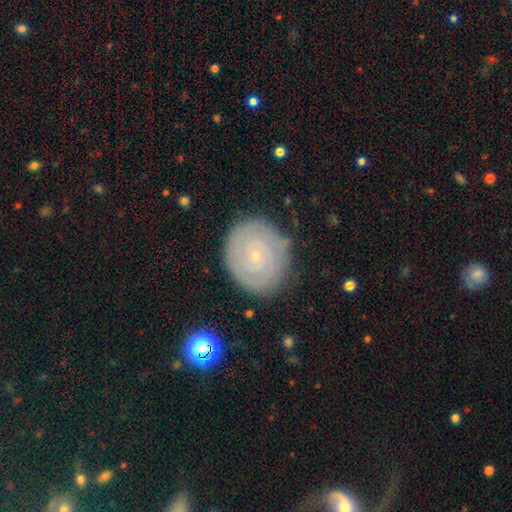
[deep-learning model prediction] This is likely a featured or disk galaxy (70%). It is clearly not viewed edge-on (97%). Bar: clearly no (84%). Spiral arm pattern: clearly yes (81%). Spiral arm count: marginally can't tell (43%). Spiral winding: clearly tight (82%). Central bulge: clearly small (87%). Merging: clearly none (83%).